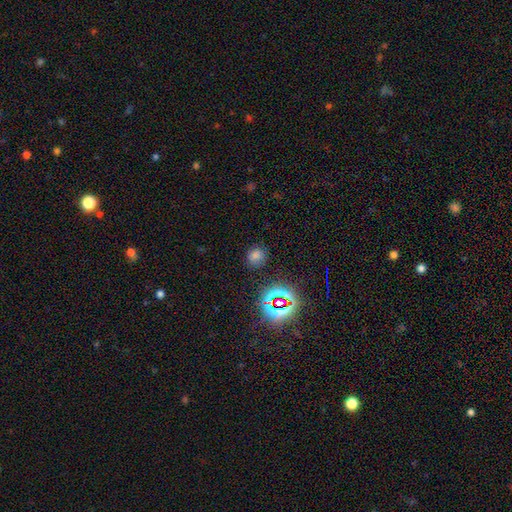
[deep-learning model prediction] smooth-or-featured: smooth: 59% | star or artifact: 34% | featured or disk: 7%
  how-rounded: round: 78% | in between: 21% | cigar-shaped: 1%
  merging: none: 85% | minor disturbance: 9% | major disturbance: 3% | merger: 2%